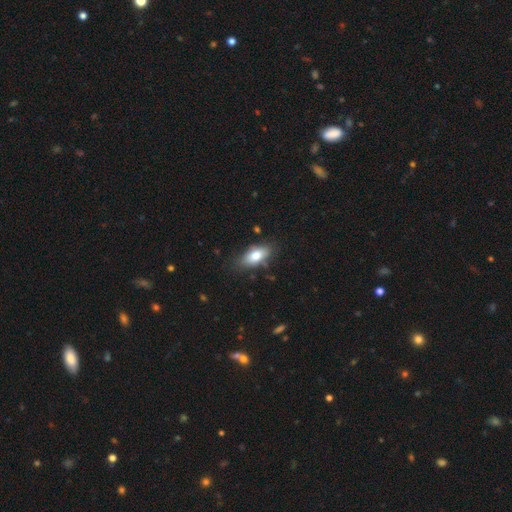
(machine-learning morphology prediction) This appears to be a smooth galaxy with no disk features (78%) that is in between round and cigar-shaped (86%). Merging: none (75%).